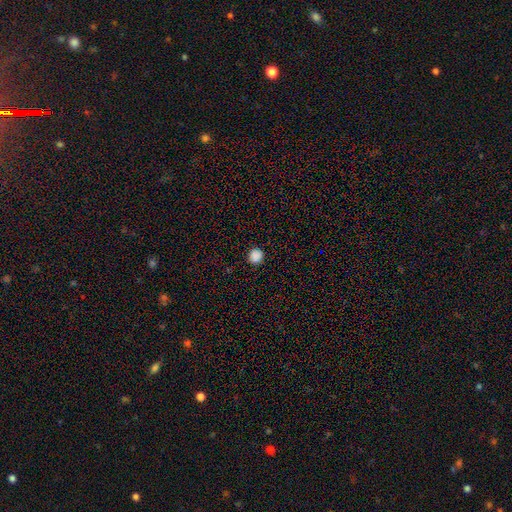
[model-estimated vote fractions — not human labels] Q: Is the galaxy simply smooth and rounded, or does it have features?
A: smooth — 87%.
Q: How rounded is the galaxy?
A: round — 90%.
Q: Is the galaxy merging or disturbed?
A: none — 91%.